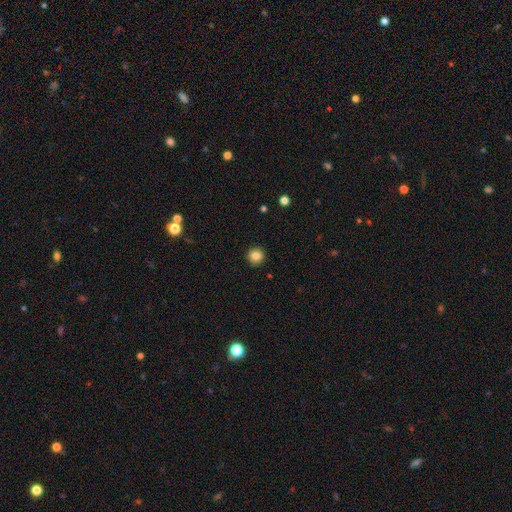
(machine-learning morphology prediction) A smooth galaxy with no disk features (85%) that is round (92%).

Vote fractions:
- Smooth or featured? smooth: 85% / star or artifact: 10% / featured or disk: 5%
- How rounded? round: 92% / in between: 7% / cigar-shaped: 1%
- Merging? none: 92% / minor disturbance: 5% / major disturbance: 2% / merger: 1%